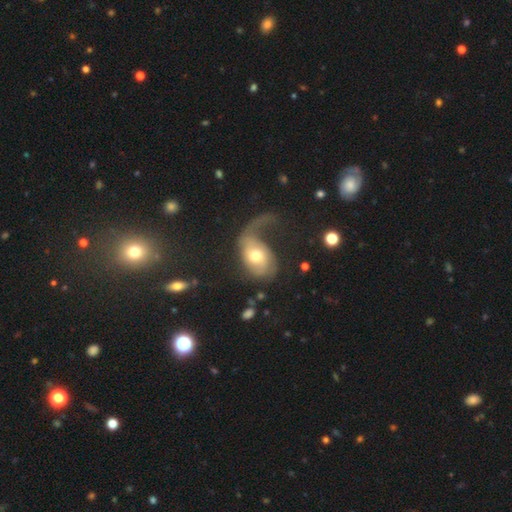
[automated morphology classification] This appears to be a featured or disk galaxy (53%) with no bar (72%), spiral arms (69%) and a moderate central bulge (67%). Merging: major disturbance (56%).